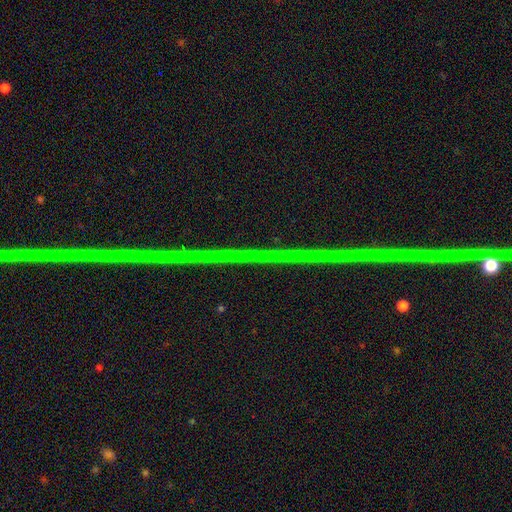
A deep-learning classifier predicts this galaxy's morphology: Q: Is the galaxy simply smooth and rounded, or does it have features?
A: star or artifact — 89%.